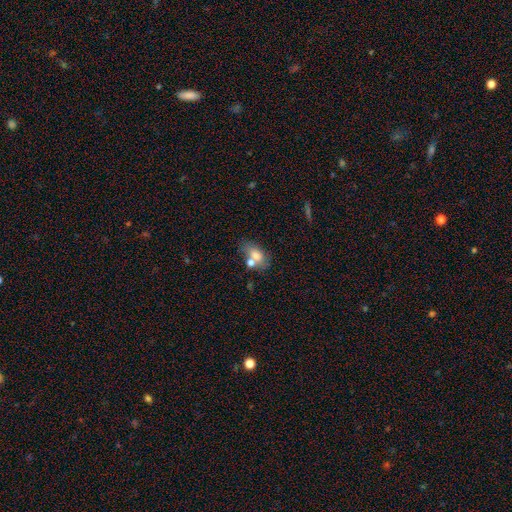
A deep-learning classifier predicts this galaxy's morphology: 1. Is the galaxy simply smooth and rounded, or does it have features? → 71% smooth, 19% featured or disk, 10% star or artifact.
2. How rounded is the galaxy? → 84% in between, 13% round, 4% cigar-shaped.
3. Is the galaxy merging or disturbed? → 41% none, 34% merger, 17% minor disturbance, 9% major disturbance.